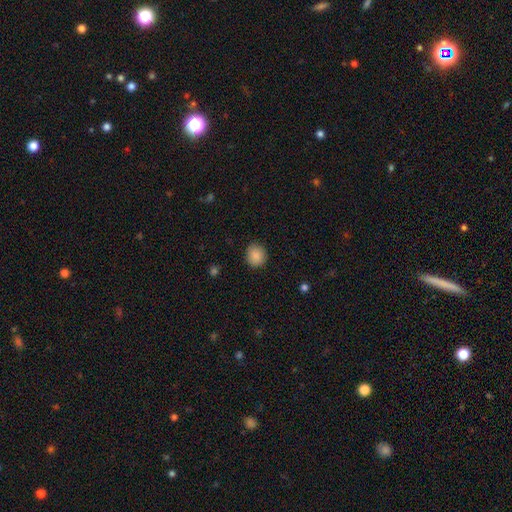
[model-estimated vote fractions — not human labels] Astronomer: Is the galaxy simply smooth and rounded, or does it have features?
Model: smooth — 87%.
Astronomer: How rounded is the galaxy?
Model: round — 83%.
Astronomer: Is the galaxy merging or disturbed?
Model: none — 88%.